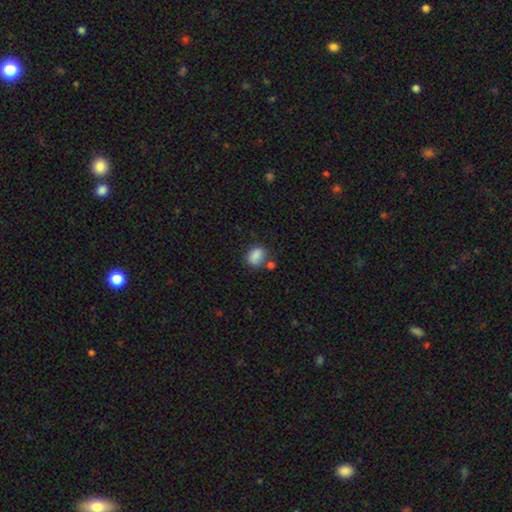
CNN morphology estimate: Smooth or featured? smooth (86%)
How rounded? in between (61%)
Merging? none (63%)